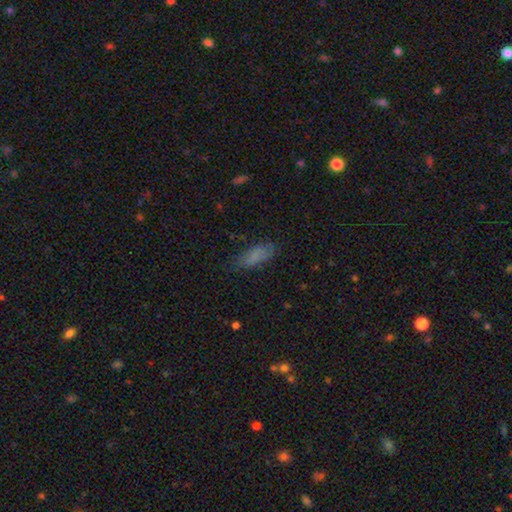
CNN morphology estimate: Q: Smooth or featured?
A: smooth (77%); runner-up: featured or disk (13%)
Q: How rounded?
A: in between (70%); runner-up: cigar-shaped (28%)
Q: Merging?
A: none (69%); runner-up: minor disturbance (22%)